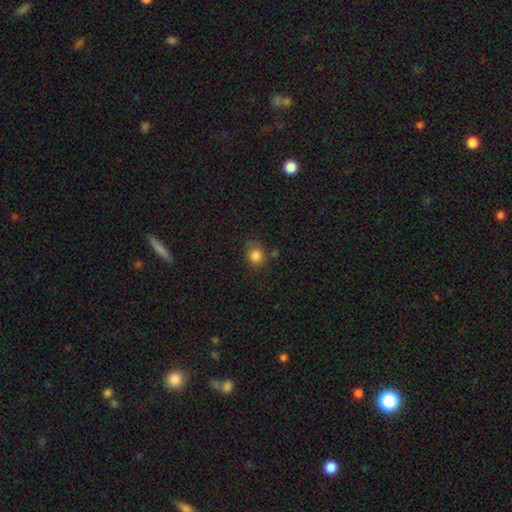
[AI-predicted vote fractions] The model was most divided on "merging": none: 66%, minor disturbance: 22%, major disturbance: 6%, merger: 6%. More confident: smooth or featured — smooth (83%); how rounded — round (73%).